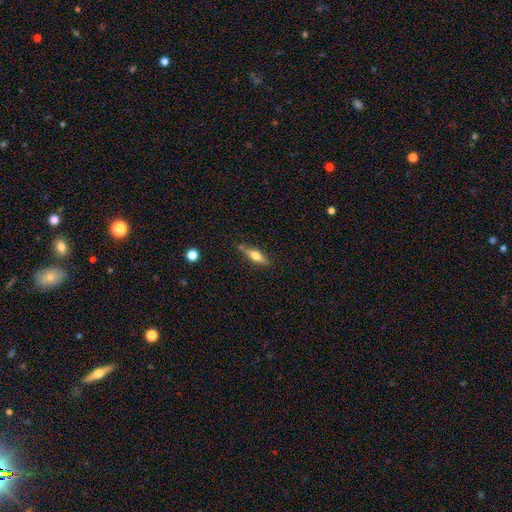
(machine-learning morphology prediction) Overall: smooth (50%; featured or disk 43%). Merging: none (78%).